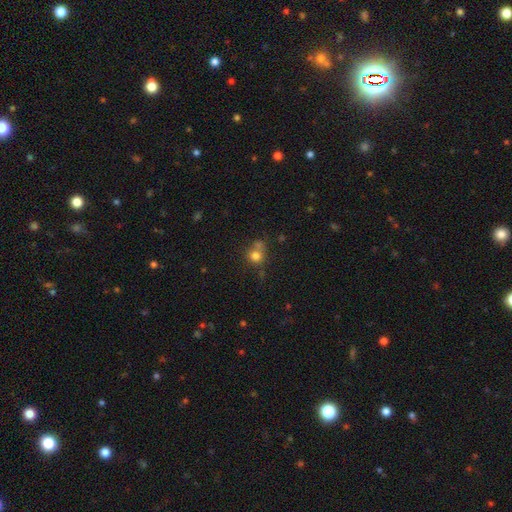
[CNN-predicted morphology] Q: Smooth or featured?
A: smooth (76%); runner-up: star or artifact (14%)
Q: How rounded?
A: round (79%); runner-up: in between (20%)
Q: Merging?
A: none (48%); runner-up: merger (25%)